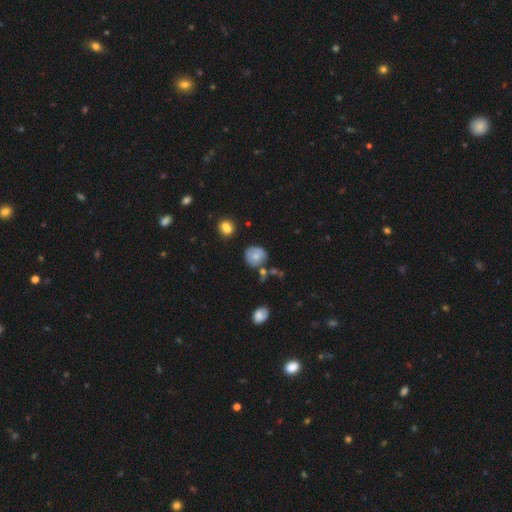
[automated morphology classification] The model was most divided on "smooth or featured": smooth: 65%, featured or disk: 26%, star or artifact: 9%. More confident: how rounded — round (82%); merging — none (63%).